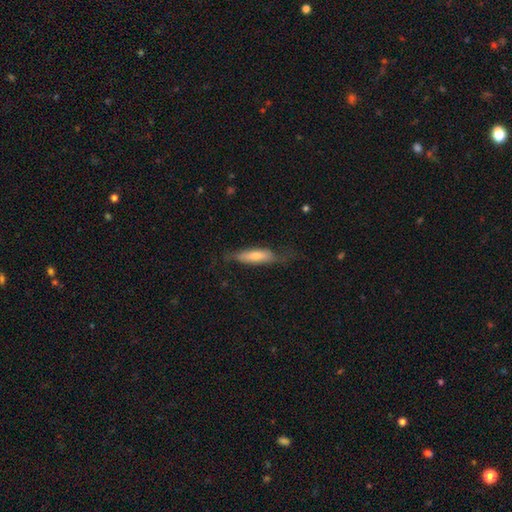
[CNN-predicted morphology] Smooth or featured: smooth — 53% (featured or disk — 39%)
How rounded: cigar-shaped — 63% (in between — 35%)
Merging: none — 61% (minor disturbance — 24%)